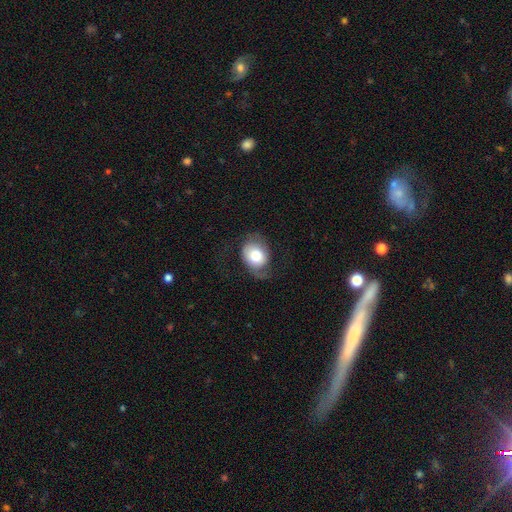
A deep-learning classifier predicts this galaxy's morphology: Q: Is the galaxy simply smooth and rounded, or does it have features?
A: smooth — 59%.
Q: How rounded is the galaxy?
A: round — 51%.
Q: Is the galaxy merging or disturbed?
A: none — 47%.